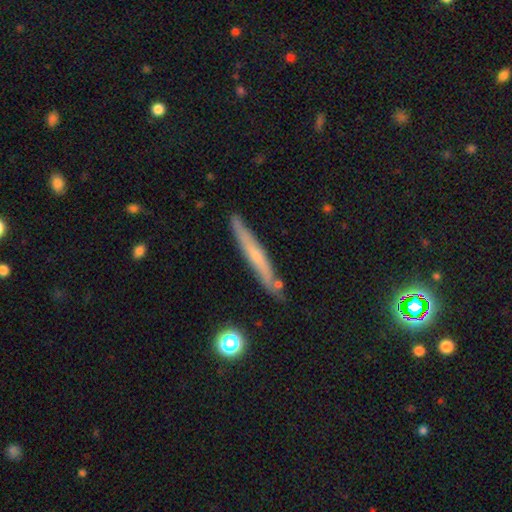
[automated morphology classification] The model was most divided on "smooth or featured": featured or disk: 48%, smooth: 45%, star or artifact: 7%. More confident: merging — none (81%).